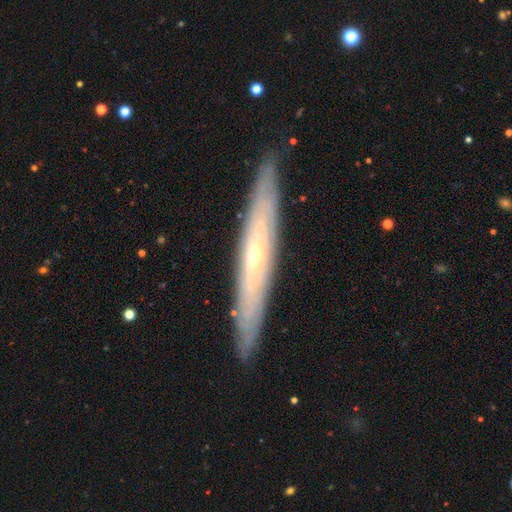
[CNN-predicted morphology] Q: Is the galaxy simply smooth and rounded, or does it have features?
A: featured or disk — 74%.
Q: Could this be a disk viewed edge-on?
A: yes — 74%.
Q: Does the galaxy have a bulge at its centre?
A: rounded — 68%.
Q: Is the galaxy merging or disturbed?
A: none — 90%.